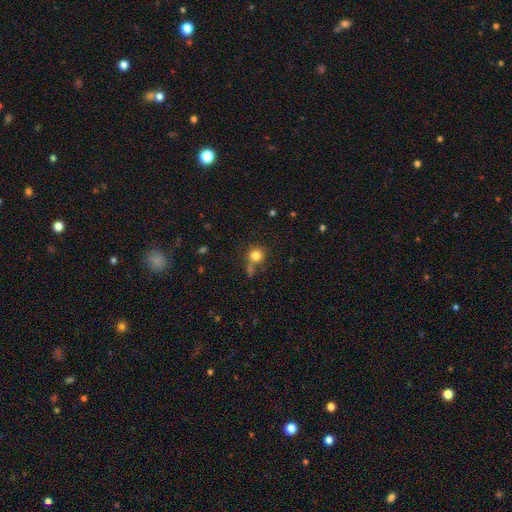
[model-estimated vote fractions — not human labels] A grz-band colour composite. It shows a smooth galaxy with no disk features (81%) that is round (90%). Merging: none (62%).